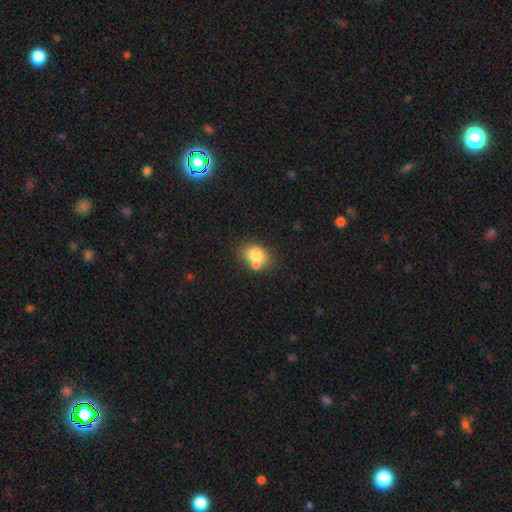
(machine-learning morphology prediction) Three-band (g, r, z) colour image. It shows a smooth galaxy with no disk features (73%) that is in between round and cigar-shaped (54%). Merging: none (48%).